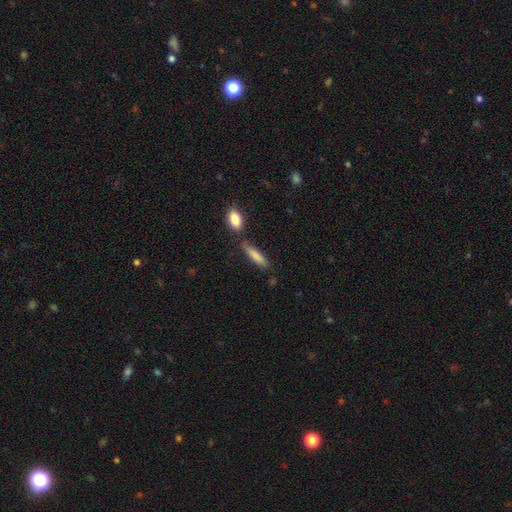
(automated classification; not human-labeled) smooth 82%, featured or disk 11%, star or artifact 6%. Down the decision tree: how rounded — cigar-shaped (73%); merging — none (72%).